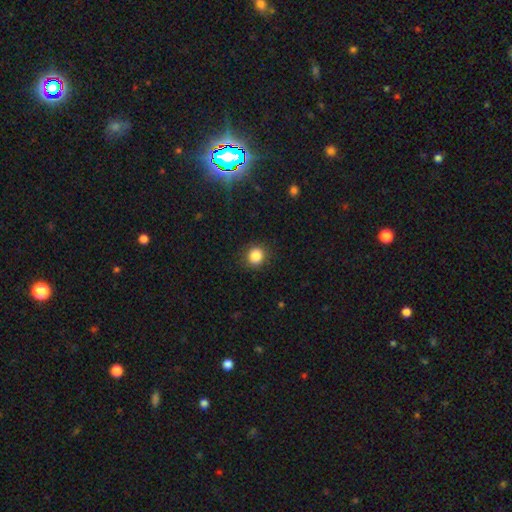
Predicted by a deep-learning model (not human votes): A smooth galaxy with no disk features (85%) that is round (88%). Merging: none (89%).